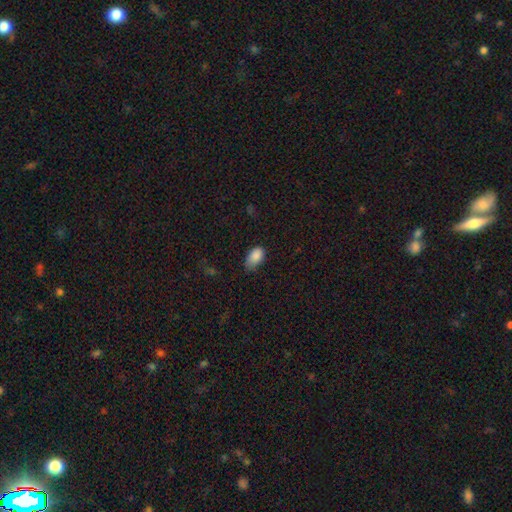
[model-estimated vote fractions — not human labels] The model was most divided on "merging": none: 55%, minor disturbance: 36%, major disturbance: 7%, merger: 2%. More confident: how rounded — in between (92%); smooth or featured — smooth (87%).